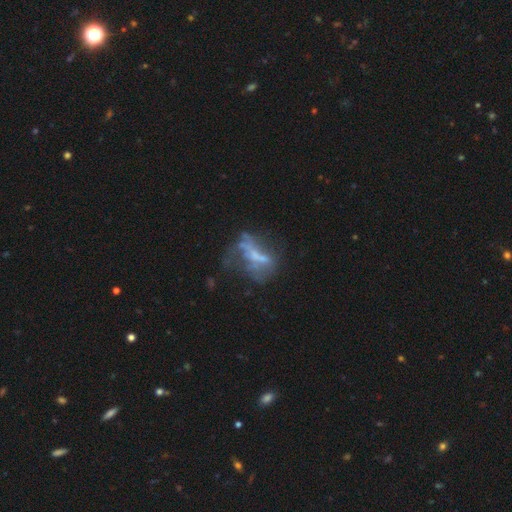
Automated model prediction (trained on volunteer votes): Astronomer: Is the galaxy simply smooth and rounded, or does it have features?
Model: featured or disk — 58%.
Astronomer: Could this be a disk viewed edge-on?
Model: no — 91%.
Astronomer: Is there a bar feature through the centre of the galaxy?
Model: no — 59%.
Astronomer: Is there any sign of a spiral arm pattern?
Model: no — 79%.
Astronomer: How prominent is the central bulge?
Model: none — 57%.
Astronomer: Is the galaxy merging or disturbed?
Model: major disturbance — 36% (runner-up: none, 34%).